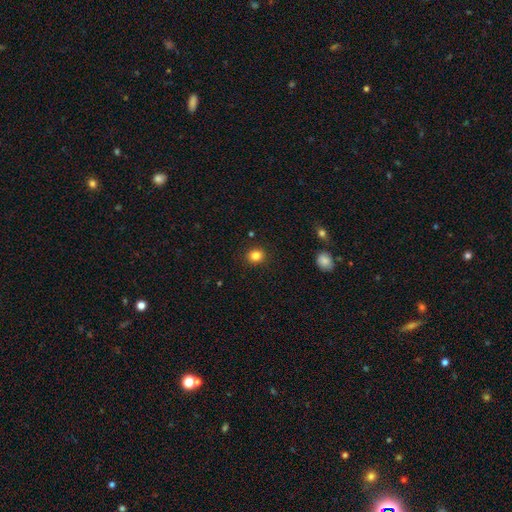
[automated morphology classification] Overall: smooth (83%). How rounded: round (80%). Merging: none (91%).